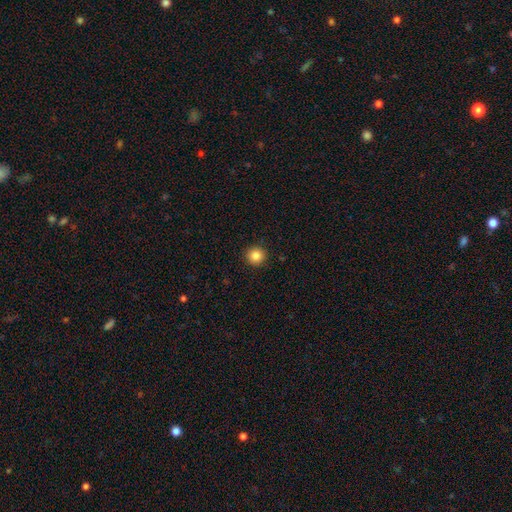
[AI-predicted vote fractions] The model was most divided on "smooth or featured": smooth: 85%, star or artifact: 11%, featured or disk: 4%. More confident: how rounded — round (94%); merging — none (92%).